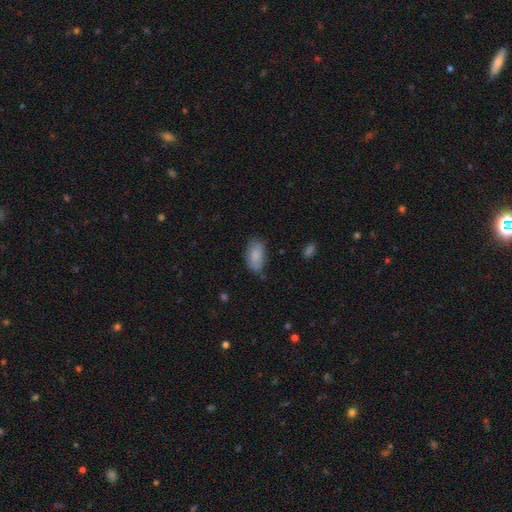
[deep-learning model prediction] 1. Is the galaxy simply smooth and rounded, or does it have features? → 85% smooth, 8% featured or disk, 7% star or artifact.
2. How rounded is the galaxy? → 93% in between, 4% round, 3% cigar-shaped.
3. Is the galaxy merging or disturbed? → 71% none, 22% minor disturbance, 5% major disturbance, 2% merger.